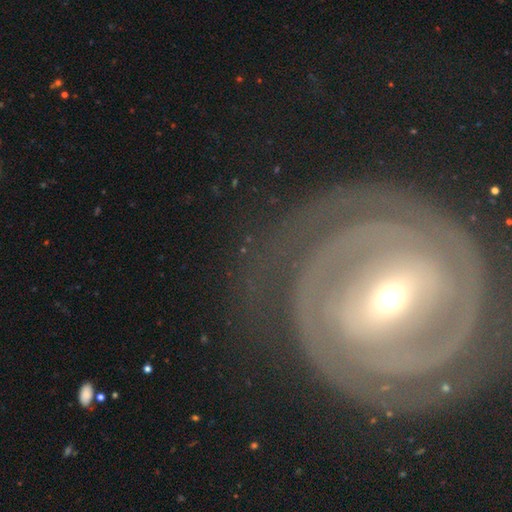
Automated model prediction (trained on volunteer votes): Smooth or featured: featured or disk — 86% (smooth — 8%)
Edge-on disk: no — 96% (yes — 4%)
Bar: strong — 45% (weak — 33%)
Spiral arms: yes — 93% (no — 7%)
Spiral winding: tight — 79% (medium — 16%)
Spiral arm count: 2 — 49% (can't tell — 23%)
Bulge size: small — 61% (moderate — 34%)
Merging: none — 77% (minor disturbance — 13%)